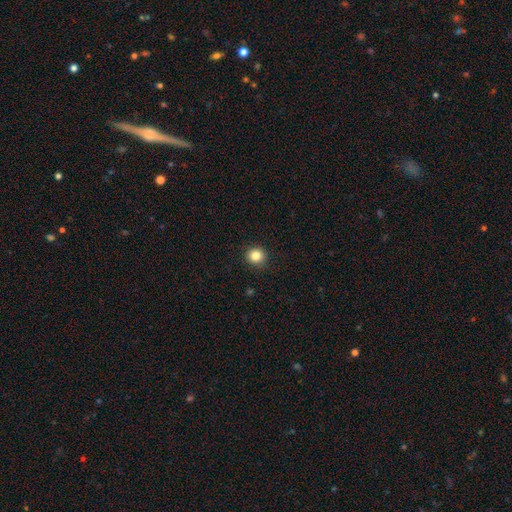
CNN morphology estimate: smooth 84%, star or artifact 11%, featured or disk 5%. Down the decision tree: how rounded — round (91%); merging — none (92%).